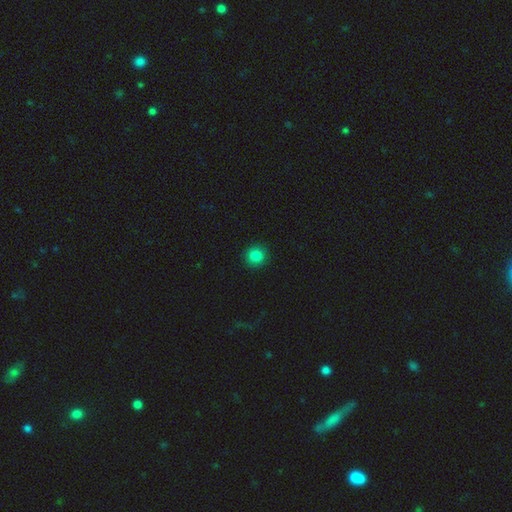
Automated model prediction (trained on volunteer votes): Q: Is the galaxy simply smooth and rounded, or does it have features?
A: smooth — 85%.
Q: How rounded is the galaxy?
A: round — 91%.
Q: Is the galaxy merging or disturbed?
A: none — 91%.